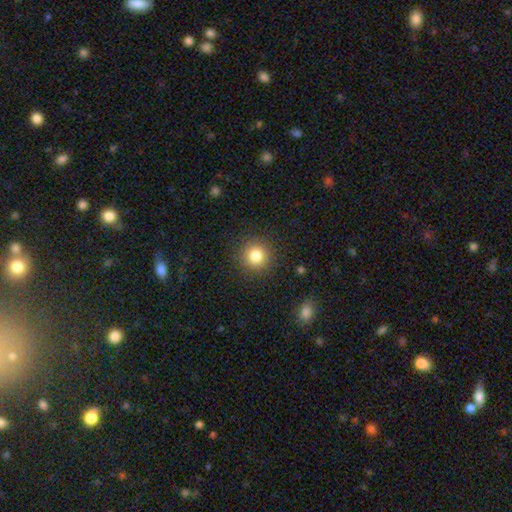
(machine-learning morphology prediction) smooth 81%, star or artifact 12%, featured or disk 7%. Down the decision tree: how rounded — round (94%); merging — none (90%).